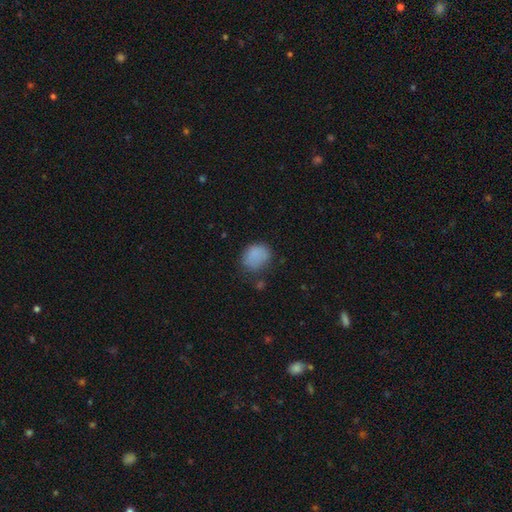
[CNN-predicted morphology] smooth-or-featured: smooth: 82% | star or artifact: 10% | featured or disk: 8%
  how-rounded: round: 57% | in between: 42% | cigar-shaped: 1%
  merging: none: 59% | minor disturbance: 27% | major disturbance: 11% | merger: 4%